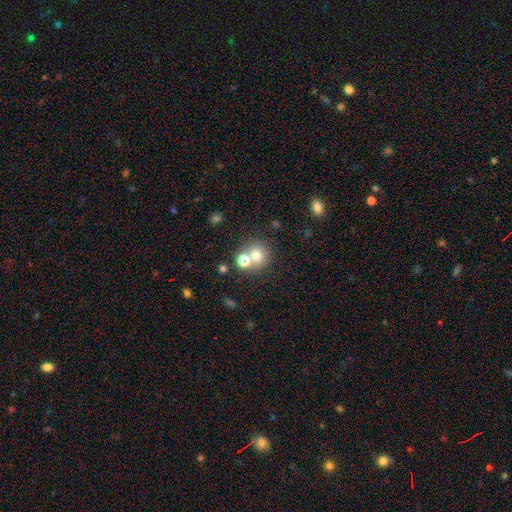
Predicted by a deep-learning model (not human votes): Morphology: type=smooth (71%); roundness=round (88%); merging=none (61%).